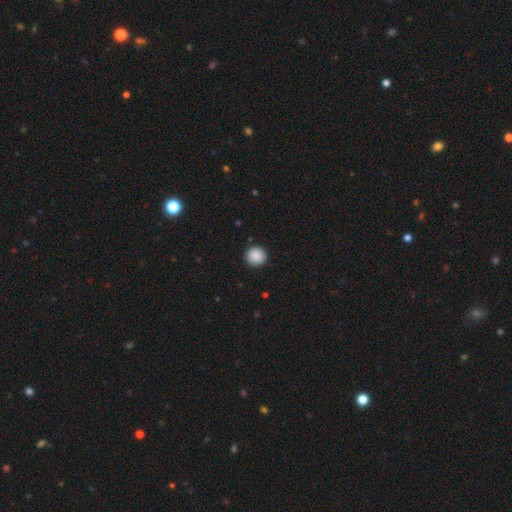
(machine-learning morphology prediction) Overall: smooth (89%). How rounded: round (93%). Merging: none (91%).